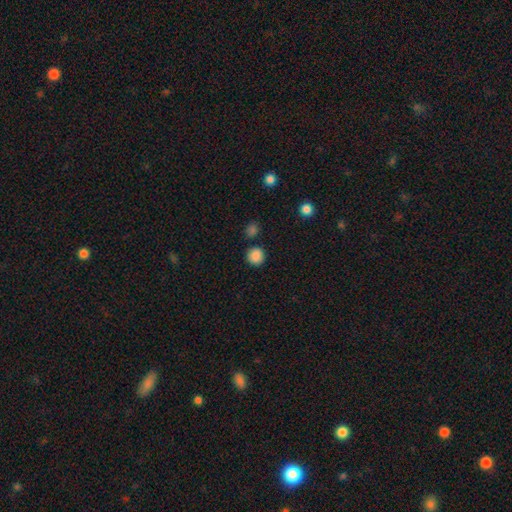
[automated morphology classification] Smooth or featured: smooth — 87% (star or artifact — 10%)
How rounded: round — 93% (in between — 6%)
Merging: none — 86% (minor disturbance — 7%)